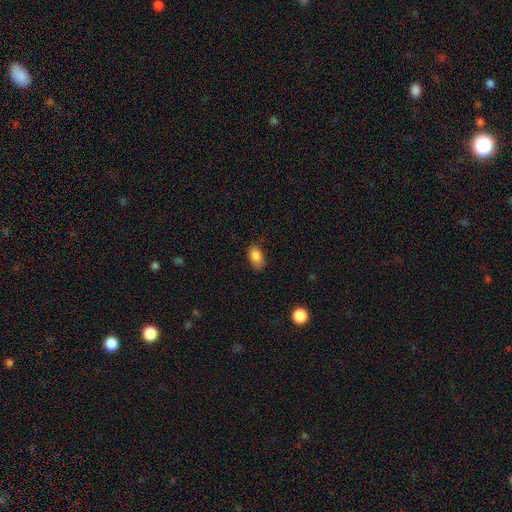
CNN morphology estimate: Smooth or featured: smooth — 86% (star or artifact — 8%)
How rounded: in between — 90% (round — 8%)
Merging: none — 65% (minor disturbance — 27%)